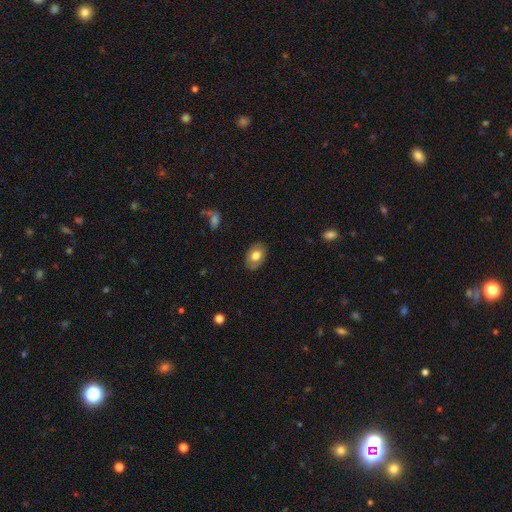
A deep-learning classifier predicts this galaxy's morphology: Smooth or featured: smooth — 72% (featured or disk — 21%)
How rounded: in between — 82% (round — 17%)
Merging: none — 85% (minor disturbance — 11%)